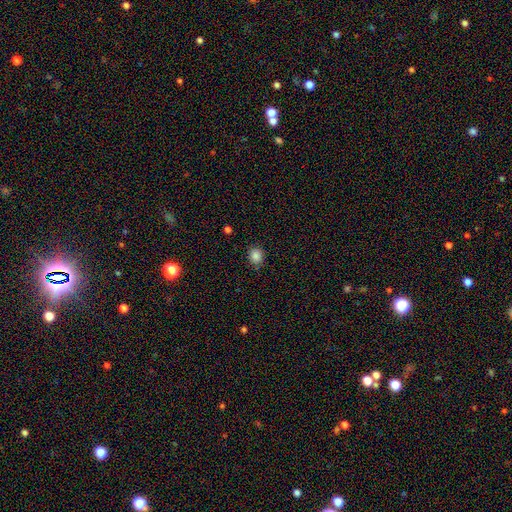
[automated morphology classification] Overall: smooth (85%). How rounded: round (76%). Merging: none (86%).